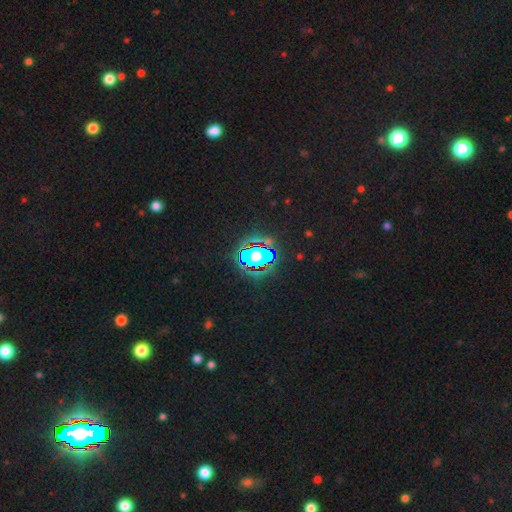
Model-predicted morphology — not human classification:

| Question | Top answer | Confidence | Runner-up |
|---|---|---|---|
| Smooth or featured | star or artifact | 54% | smooth (29%) |